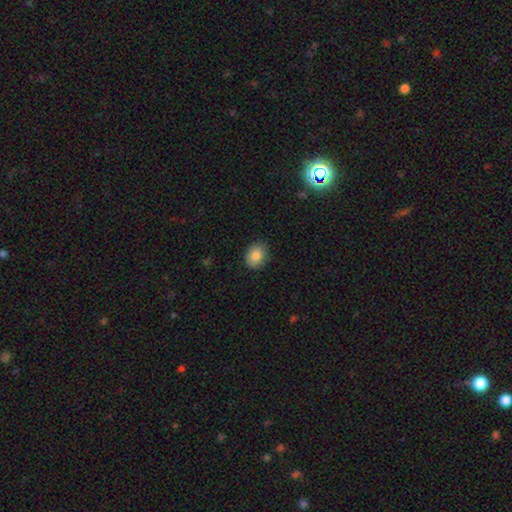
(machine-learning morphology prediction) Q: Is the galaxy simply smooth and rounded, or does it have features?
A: smooth — 84%.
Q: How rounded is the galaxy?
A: round — 57%.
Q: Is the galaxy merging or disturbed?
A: none — 83%.